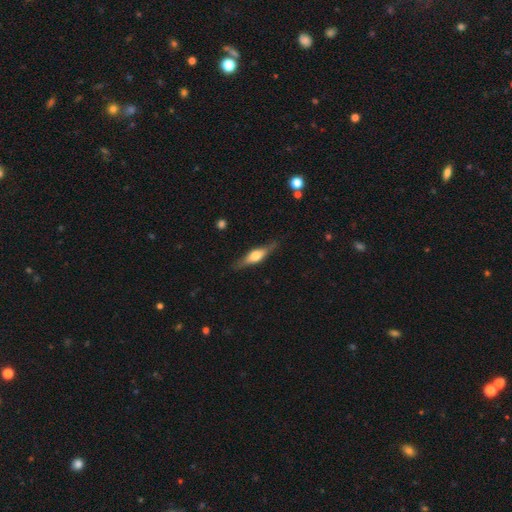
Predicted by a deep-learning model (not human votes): Smooth or featured? Predicted: featured or disk (p=0.53). Edge-on disk? Predicted: yes (p=0.91). Merging? Predicted: none (p=0.80).